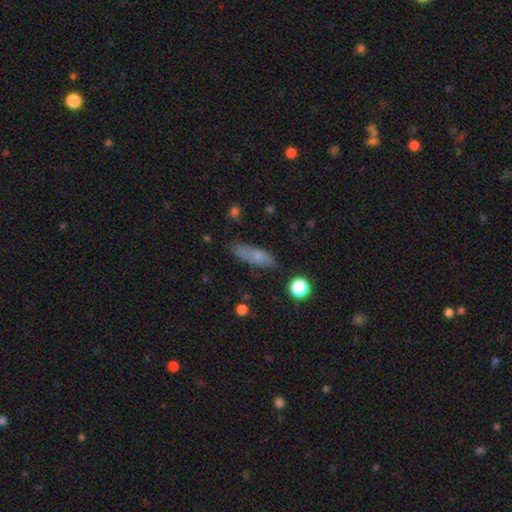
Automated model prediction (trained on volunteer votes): Smooth or featured? smooth (72%)
How rounded? cigar-shaped (48%, tied with in between)
Merging? none (74%)